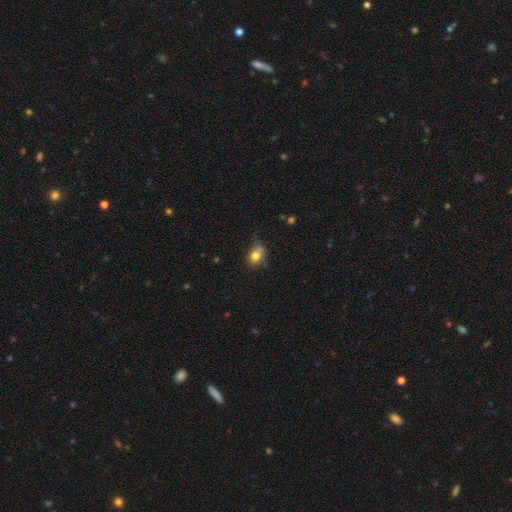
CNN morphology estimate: smooth-or-featured: smooth: 77% | featured or disk: 12% | star or artifact: 11%
  how-rounded: round: 56% | in between: 43% | cigar-shaped: 1%
  merging: none: 45% | minor disturbance: 24% | merger: 23% | major disturbance: 9%